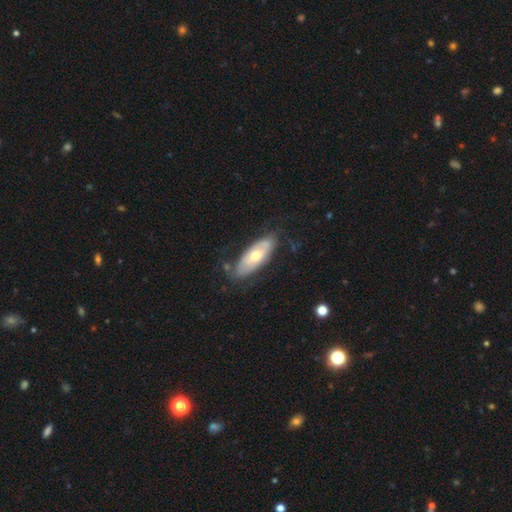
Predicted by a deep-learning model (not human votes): Smooth or featured: featured or disk — 50% (smooth — 45%)
Edge-on disk: no — 77% (yes — 23%)
Merging: none — 70% (minor disturbance — 21%)